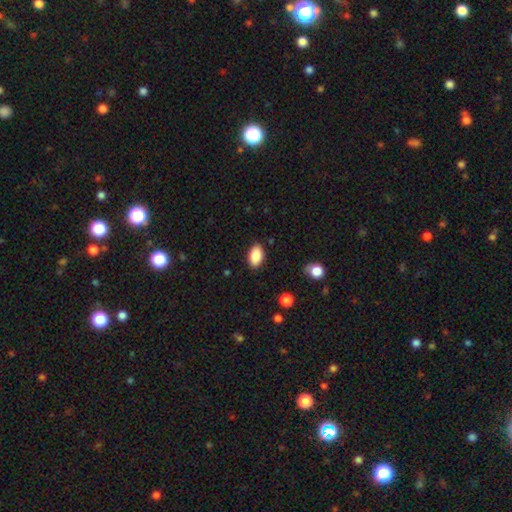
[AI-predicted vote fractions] smooth_or_featured: smooth (p=0.87) [alt: star or artifact p=0.07]
how_rounded: in between (p=0.93) [alt: round p=0.05]
merging: none (p=0.87) [alt: minor disturbance p=0.10]